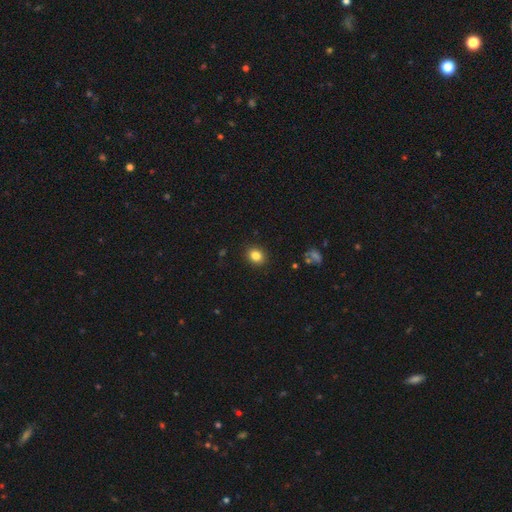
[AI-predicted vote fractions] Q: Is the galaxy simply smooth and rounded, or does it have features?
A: smooth — 83%.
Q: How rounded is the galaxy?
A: round — 66%.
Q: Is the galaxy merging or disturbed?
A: none — 90%.